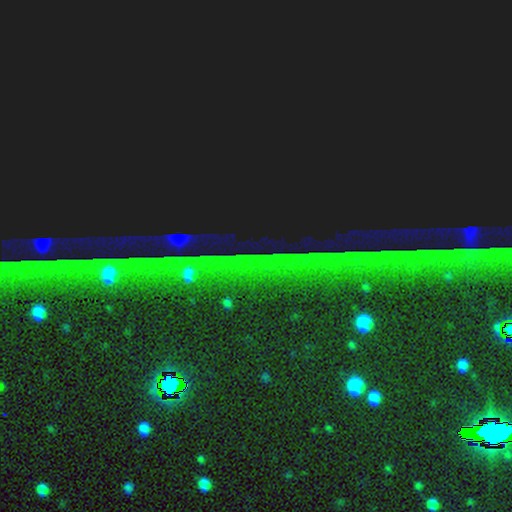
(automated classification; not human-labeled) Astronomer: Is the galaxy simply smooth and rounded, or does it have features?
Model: star or artifact — 88%.